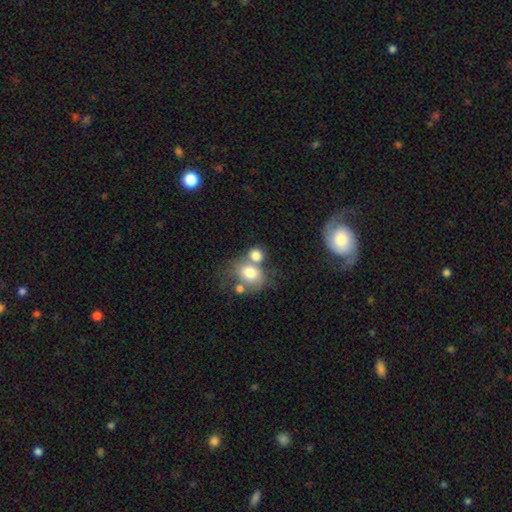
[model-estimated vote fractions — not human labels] smooth-or-featured: smooth: 75% | featured or disk: 15% | star or artifact: 10%
  how-rounded: round: 58% | in between: 41% | cigar-shaped: 1%
  merging: merger: 49% | none: 33% | minor disturbance: 11% | major disturbance: 7%